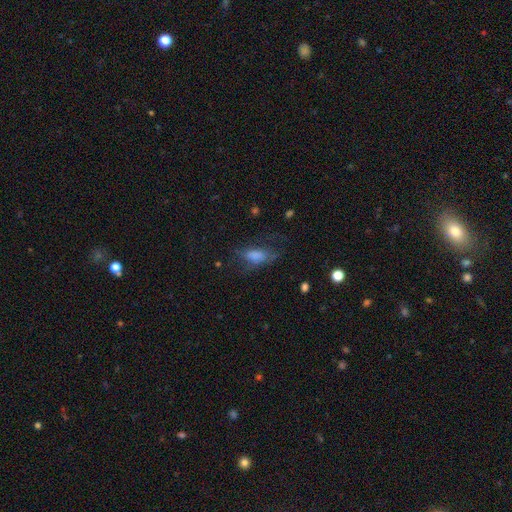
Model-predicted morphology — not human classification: Overall: smooth (68%). How rounded: in between (85%). Merging: none (40%; major disturbance 31%).